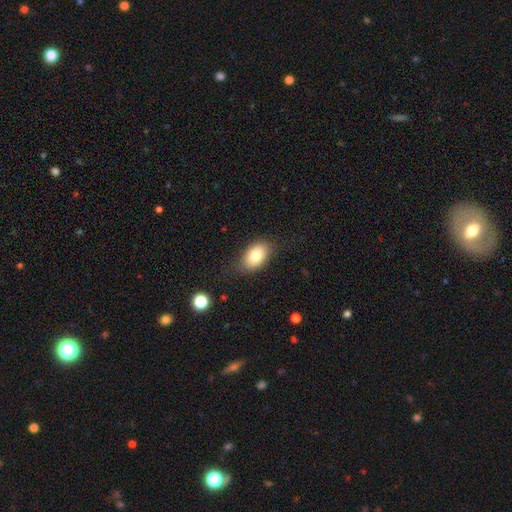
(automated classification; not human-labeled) A smooth galaxy with no disk features (78%) that is in between round and cigar-shaped (87%). Merging: none (79%).